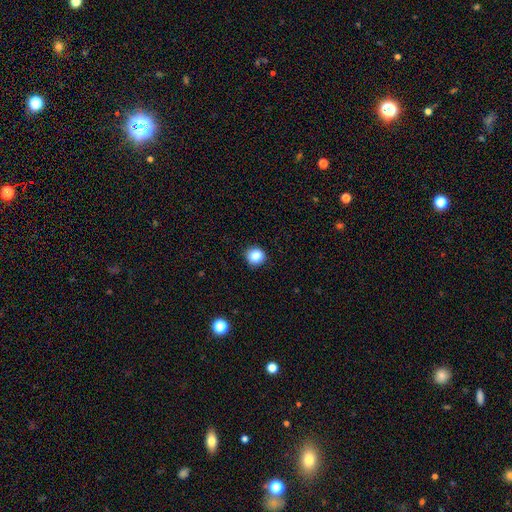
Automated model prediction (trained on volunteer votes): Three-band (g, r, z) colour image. It shows a smooth galaxy with no disk features (85%) that is round (90%). Merging: none (90%).